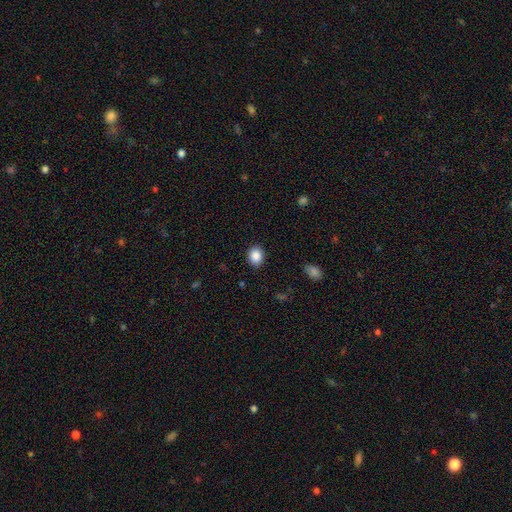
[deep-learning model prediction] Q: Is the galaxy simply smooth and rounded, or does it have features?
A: smooth — 87%.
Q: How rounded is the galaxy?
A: round — 55%.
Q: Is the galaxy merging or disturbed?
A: none — 89%.